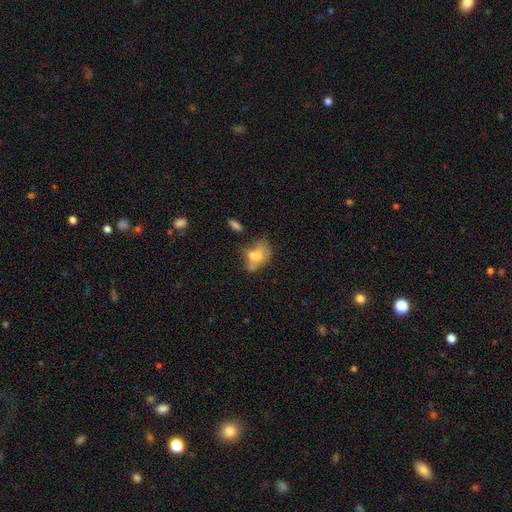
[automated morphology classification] Smooth or featured? Predicted: smooth (p=0.62). How rounded? Predicted: in between (p=0.79). Merging? Predicted: merger (p=0.39).